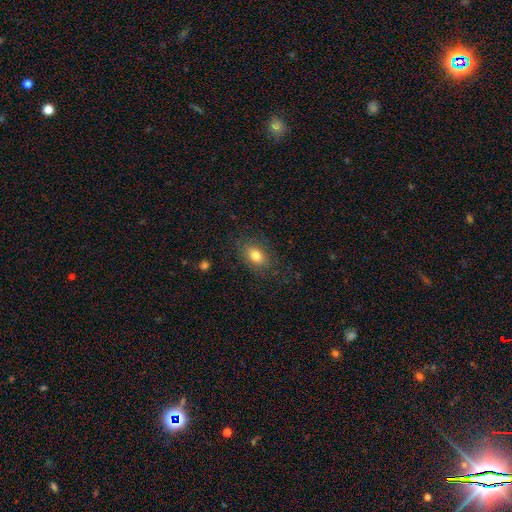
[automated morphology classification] Smooth or featured? Predicted: smooth (p=0.79). How rounded? Predicted: in between (p=0.79). Merging? Predicted: none (p=0.81).